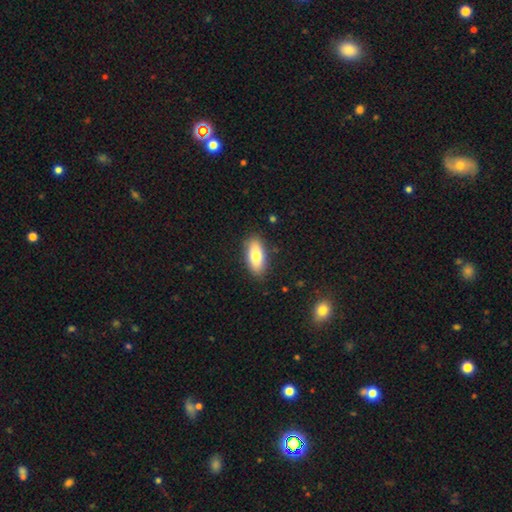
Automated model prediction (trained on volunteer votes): Smooth or featured?
  - smooth: 78% *
  - featured or disk: 15%
  - star or artifact: 6%
How rounded?
  - in between: 83% *
  - cigar-shaped: 15%
  - round: 3%
Merging?
  - none: 86% *
  - minor disturbance: 10%
  - major disturbance: 2%
  - merger: 1%